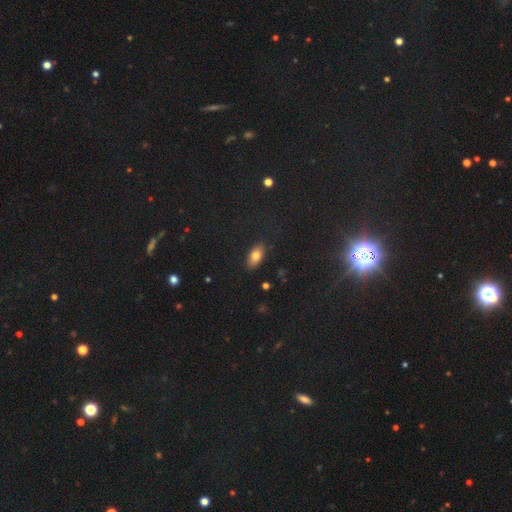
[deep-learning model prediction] This appears to be a smooth galaxy with no disk features (76%) that is in between round and cigar-shaped (88%). Merging: none (87%).